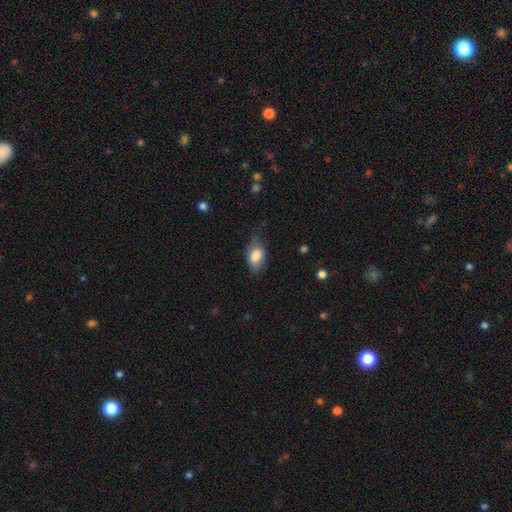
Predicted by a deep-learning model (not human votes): A smooth galaxy with no disk features (79%) that is in between round and cigar-shaped (90%).

Vote fractions:
- Smooth or featured? smooth: 79% / featured or disk: 14% / star or artifact: 7%
- How rounded? in between: 90% / round: 8% / cigar-shaped: 2%
- Merging? none: 54% / minor disturbance: 32% / major disturbance: 12% / merger: 2%